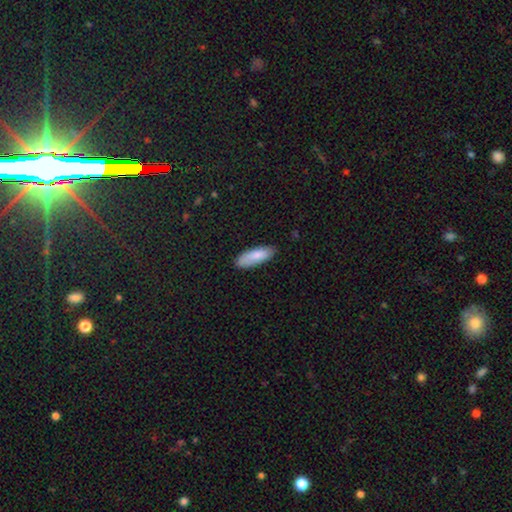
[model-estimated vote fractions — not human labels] Morphology: type=smooth (84%); roundness=in between (61%); merging=none (84%).